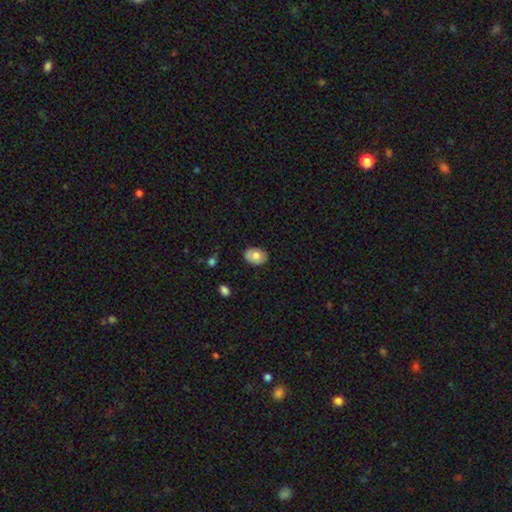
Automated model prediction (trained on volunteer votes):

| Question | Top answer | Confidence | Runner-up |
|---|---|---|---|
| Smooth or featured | smooth | 73% | featured or disk (20%) |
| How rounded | in between | 79% | round (20%) |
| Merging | none | 84% | minor disturbance (13%) |